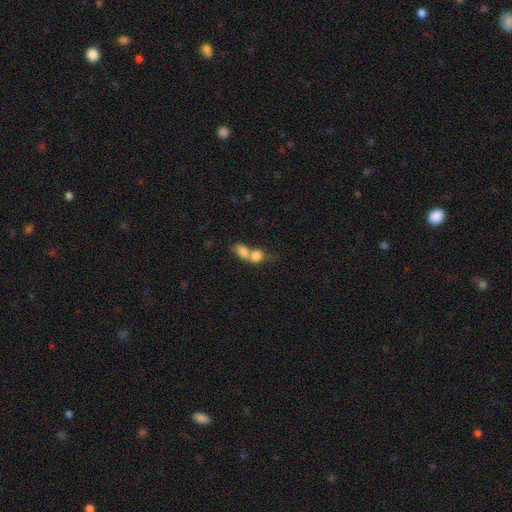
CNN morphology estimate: Q: Smooth or featured?
A: smooth (76%); runner-up: featured or disk (16%)
Q: How rounded?
A: in between (55%); runner-up: round (42%)
Q: Merging?
A: merger (78%); runner-up: none (13%)